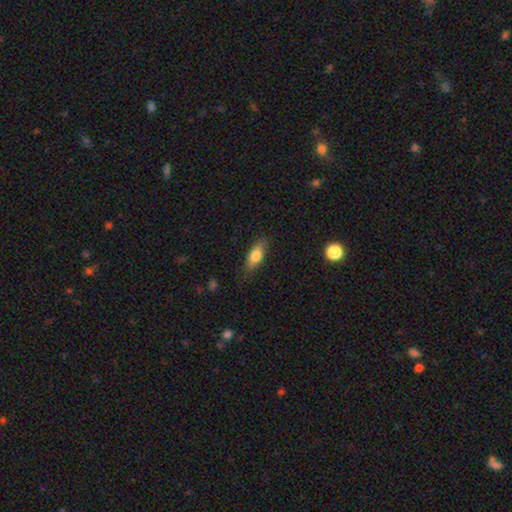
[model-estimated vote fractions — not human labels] smooth-or-featured: smooth: 71% | featured or disk: 22% | star or artifact: 7%
  how-rounded: in between: 64% | cigar-shaped: 32% | round: 4%
  merging: none: 82% | minor disturbance: 14% | major disturbance: 3% | merger: 1%